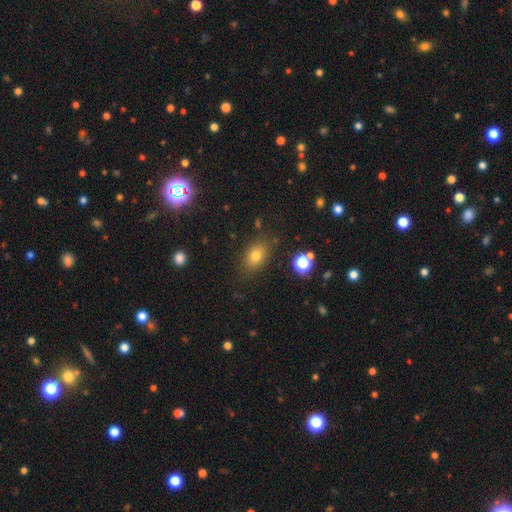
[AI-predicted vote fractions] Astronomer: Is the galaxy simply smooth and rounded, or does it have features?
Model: smooth — 75%.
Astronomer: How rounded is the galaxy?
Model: in between — 76%.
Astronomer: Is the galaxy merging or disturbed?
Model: none — 81%.